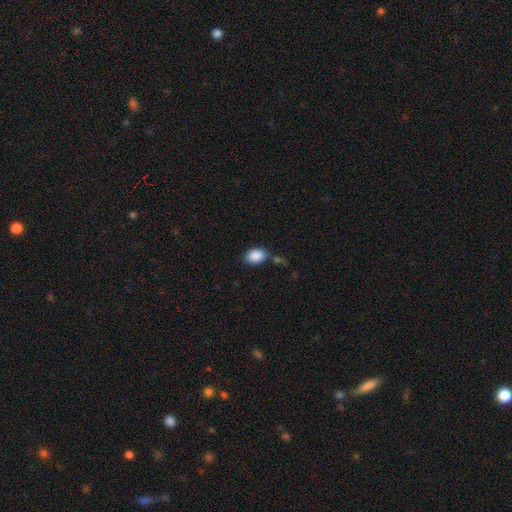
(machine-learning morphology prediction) smooth-or-featured: smooth: 89% | star or artifact: 8% | featured or disk: 4%
  how-rounded: in between: 81% | round: 18% | cigar-shaped: 1%
  merging: none: 71% | minor disturbance: 16% | merger: 9% | major disturbance: 4%